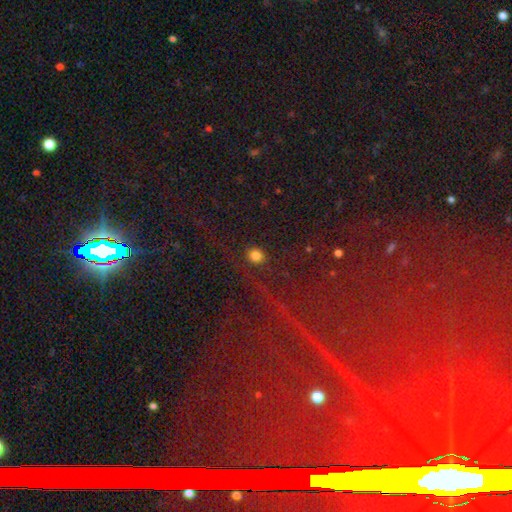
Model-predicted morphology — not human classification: Smooth or featured? Predicted: smooth (p=0.76). How rounded? Predicted: round (p=0.75). Merging? Predicted: none (p=0.83).